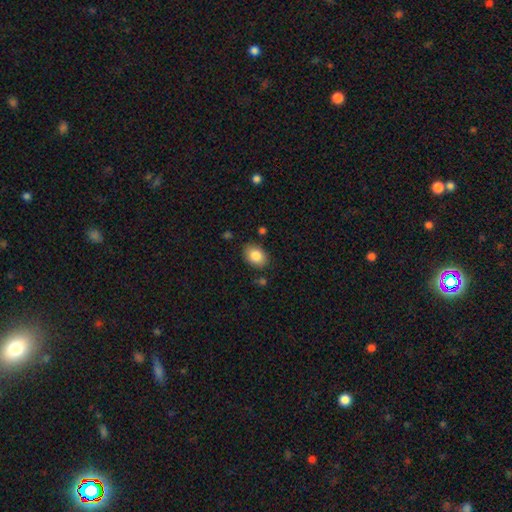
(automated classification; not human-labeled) smooth_or_featured: smooth (p=0.85) [alt: star or artifact p=0.08]
how_rounded: in between (p=0.75) [alt: round p=0.24]
merging: none (p=0.82) [alt: minor disturbance p=0.12]